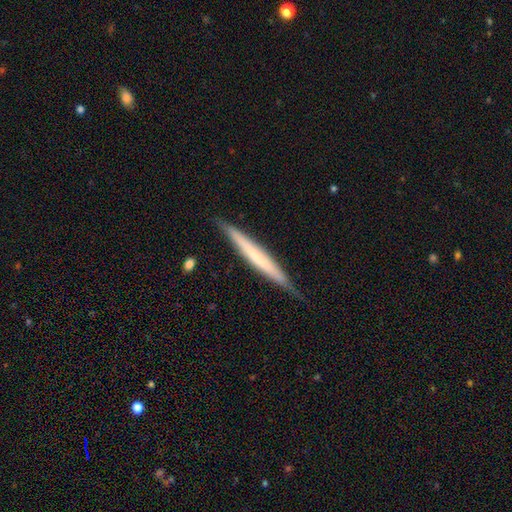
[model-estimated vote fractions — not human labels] smooth_or_featured: smooth (p=0.49) [alt: featured or disk p=0.46]
merging: none (p=0.85) [alt: minor disturbance p=0.12]